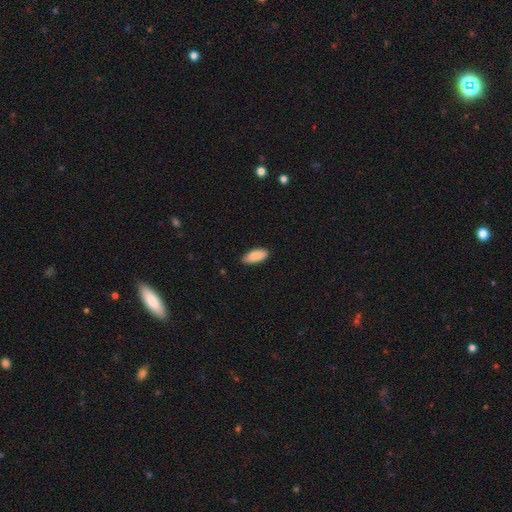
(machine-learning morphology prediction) The model was most divided on "merging": none: 87%, minor disturbance: 11%, major disturbance: 2%, merger: 1%. More confident: smooth or featured — smooth (90%); how rounded — in between (88%).